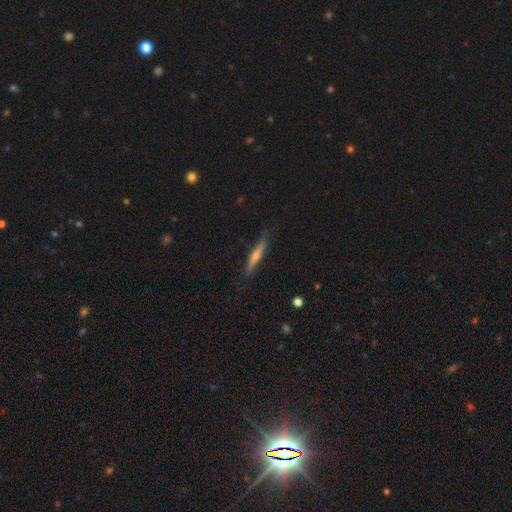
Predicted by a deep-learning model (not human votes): A featured or disk galaxy (54%) viewed edge-on (95%) with a rounded central bulge (72%). Merging: none (84%).